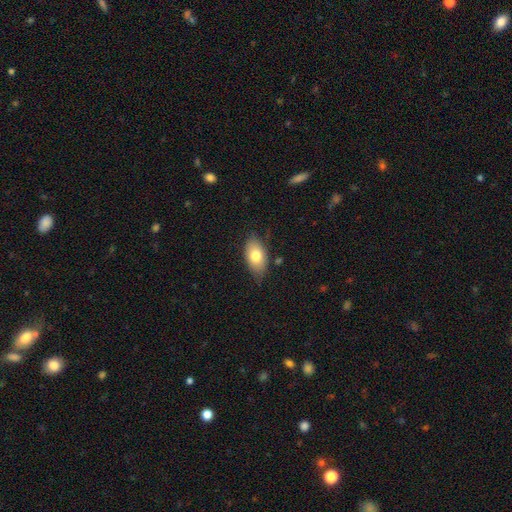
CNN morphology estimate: This appears to be a smooth galaxy with no disk features (75%) that is in between round and cigar-shaped (91%). Merging: none (76%).